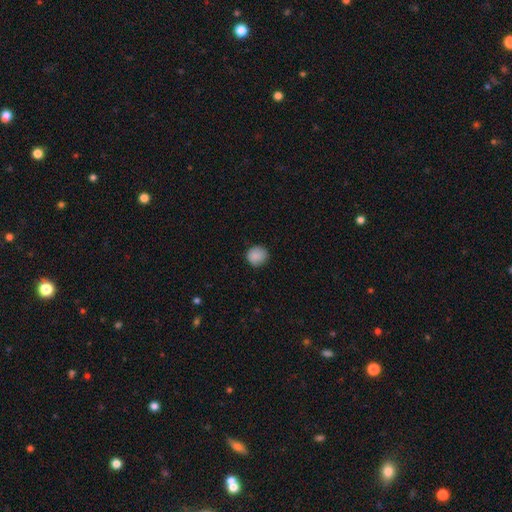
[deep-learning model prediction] smooth_or_featured: smooth (p=0.88) [alt: star or artifact p=0.08]
how_rounded: round (p=0.89) [alt: in between p=0.10]
merging: none (p=0.85) [alt: minor disturbance p=0.12]